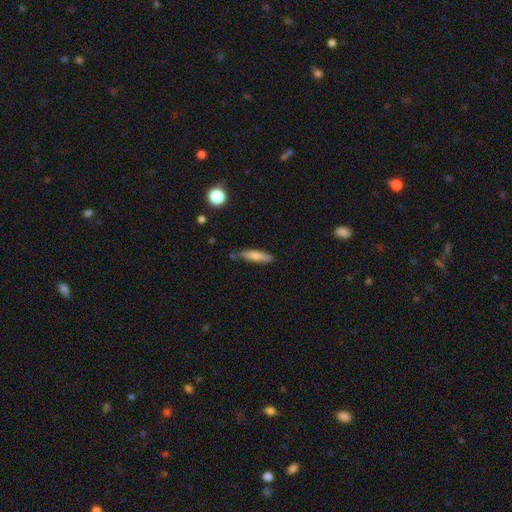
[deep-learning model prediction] A smooth galaxy with no disk features (75%) that is cigar-shaped (77%).

Vote fractions:
- Smooth or featured? smooth: 75% / featured or disk: 18% / star or artifact: 7%
- How rounded? cigar-shaped: 77% / in between: 22% / round: 2%
- Merging? none: 73% / minor disturbance: 19% / merger: 4% / major disturbance: 3%